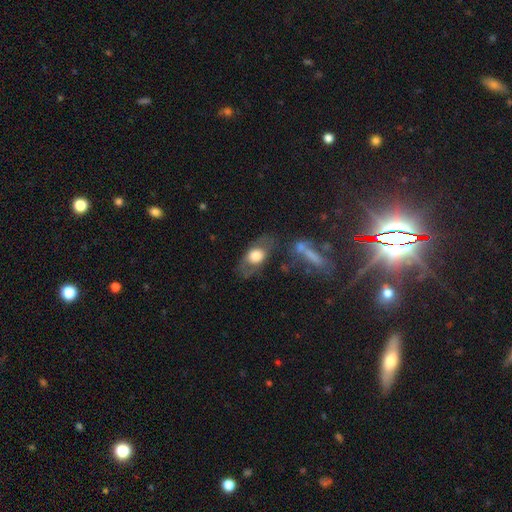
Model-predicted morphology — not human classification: The model was most divided on "smooth or featured": smooth: 56%, featured or disk: 37%, star or artifact: 8%. More confident: how rounded — in between (79%); merging — none (59%).